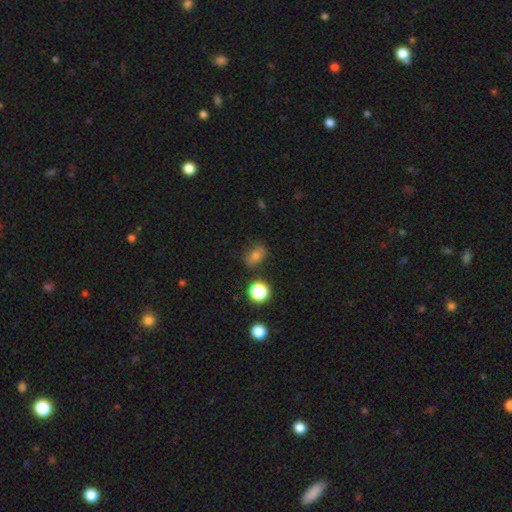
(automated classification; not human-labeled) smooth 70%, star or artifact 17%, featured or disk 13%. Down the decision tree: how rounded — in between (70%); merging — none (74%).